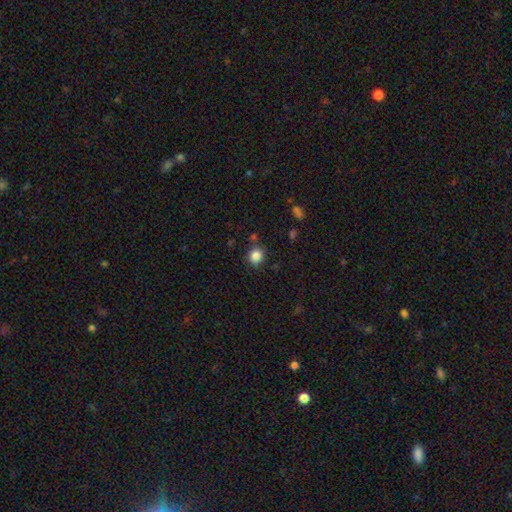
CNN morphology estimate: Q: Smooth or featured?
A: smooth (86%); runner-up: star or artifact (11%)
Q: How rounded?
A: round (83%); runner-up: in between (16%)
Q: Merging?
A: none (82%); runner-up: minor disturbance (10%)